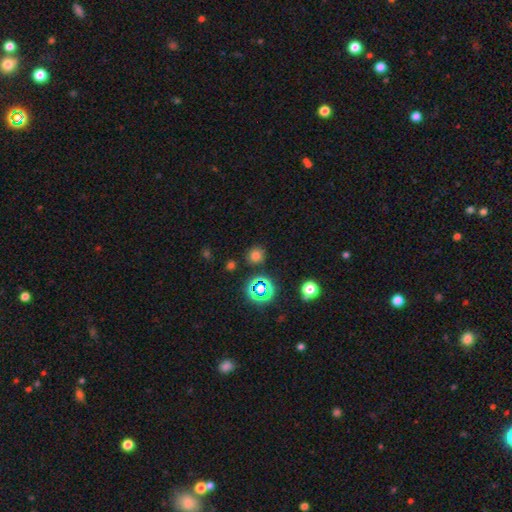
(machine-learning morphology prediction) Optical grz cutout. It shows a smooth galaxy with no disk features (69%) that is round (89%). Merging: none (85%).